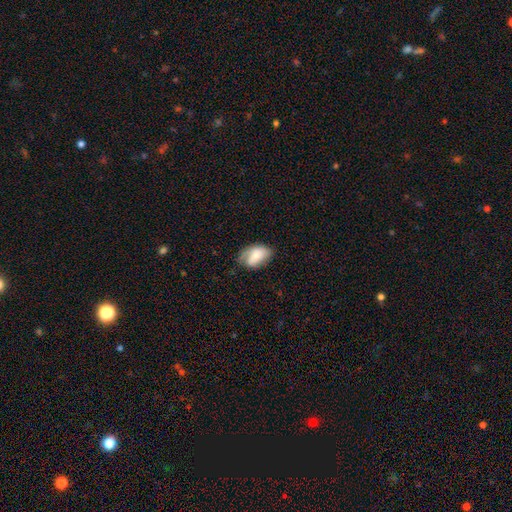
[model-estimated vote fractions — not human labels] smooth_or_featured: smooth (p=0.65) [alt: featured or disk p=0.28]
how_rounded: in between (p=0.90) [alt: round p=0.08]
merging: none (p=0.53) [alt: minor disturbance p=0.33]